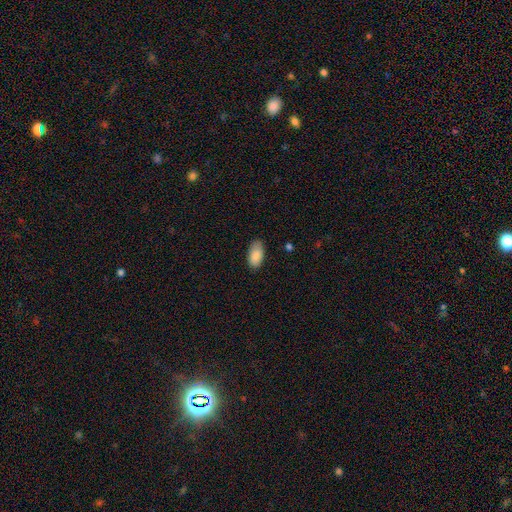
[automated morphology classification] type=smooth (87%); roundness=in between (94%); merging=none (78%).